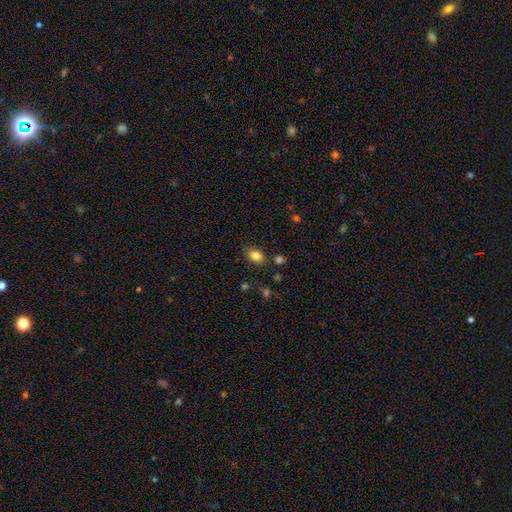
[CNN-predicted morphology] Overall: smooth (83%). How rounded: in between (65%; round 34%). Merging: none (81%).